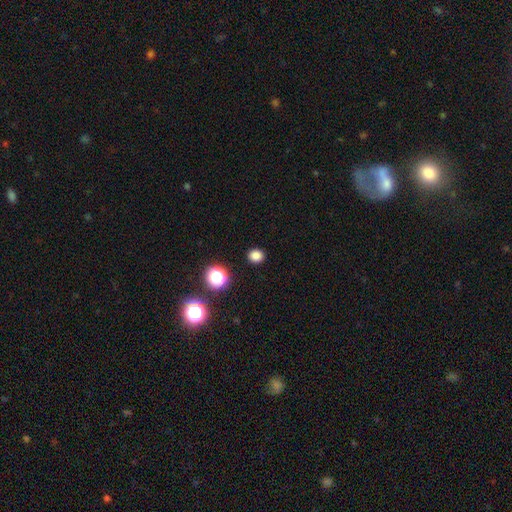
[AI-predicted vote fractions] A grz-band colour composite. It shows a smooth galaxy with no disk features (82%) that is round (71%). Merging: none (91%).